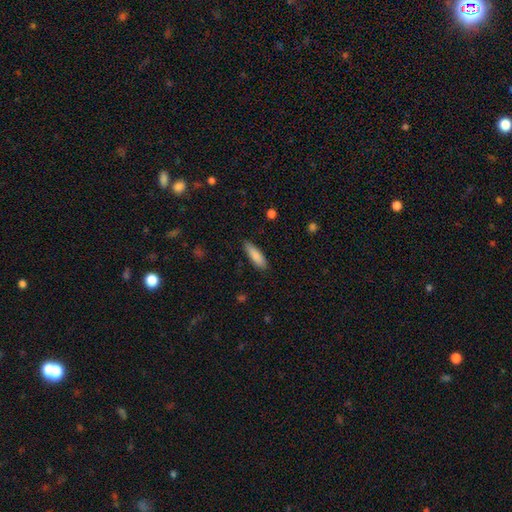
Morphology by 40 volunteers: Smooth or featured? 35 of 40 (88%) said smooth. How rounded? 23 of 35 (66%) said cigar-shaped. Merging? 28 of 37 (76%) said none.